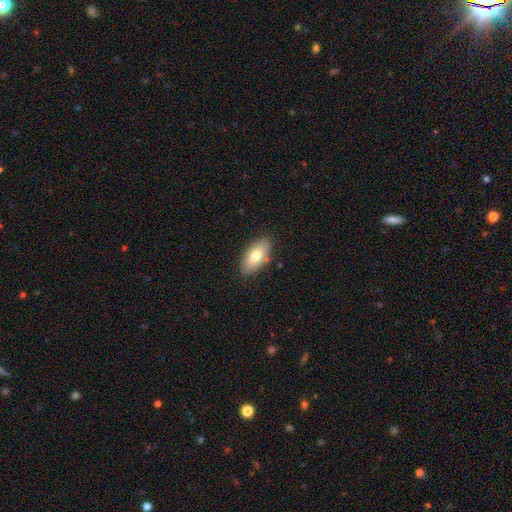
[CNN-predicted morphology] A smooth galaxy with no disk features (73%) that is in between round and cigar-shaped (90%).

Vote fractions:
- Smooth or featured? smooth: 73% / featured or disk: 20% / star or artifact: 7%
- How rounded? in between: 90% / cigar-shaped: 6% / round: 3%
- Merging? none: 84% / minor disturbance: 12% / major disturbance: 2% / merger: 2%